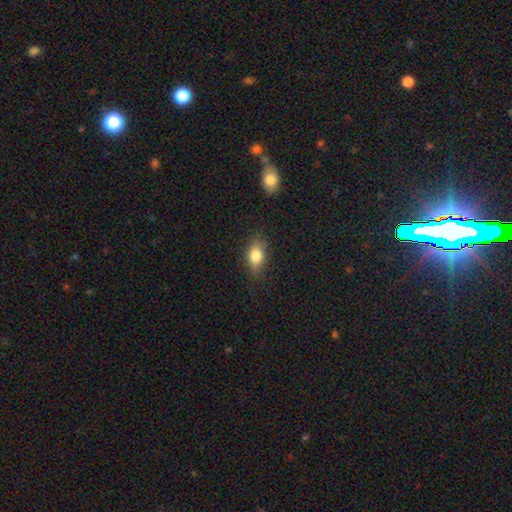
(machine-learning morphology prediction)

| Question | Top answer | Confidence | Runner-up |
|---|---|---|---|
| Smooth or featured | smooth | 79% | featured or disk (13%) |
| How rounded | in between | 80% | round (13%) |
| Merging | none | 80% | minor disturbance (15%) |